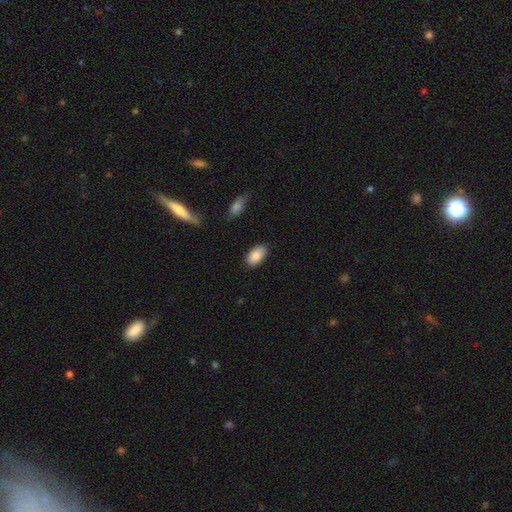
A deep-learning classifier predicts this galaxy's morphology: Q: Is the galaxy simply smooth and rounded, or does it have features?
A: smooth — 88%.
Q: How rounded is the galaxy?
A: in between — 94%.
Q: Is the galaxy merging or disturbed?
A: none — 85%.